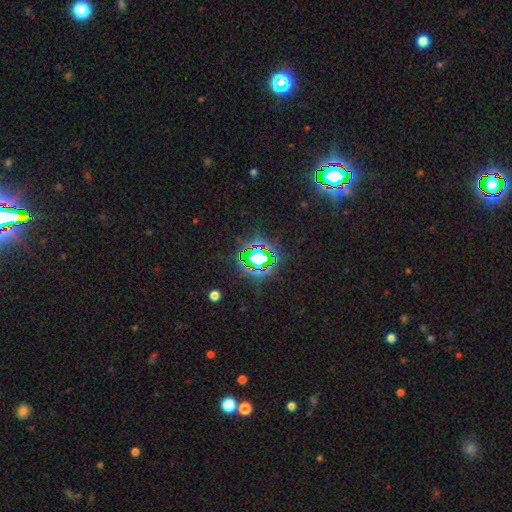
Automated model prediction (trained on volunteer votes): Smooth or featured?
  - star or artifact: 75% *
  - smooth: 13%
  - featured or disk: 12%